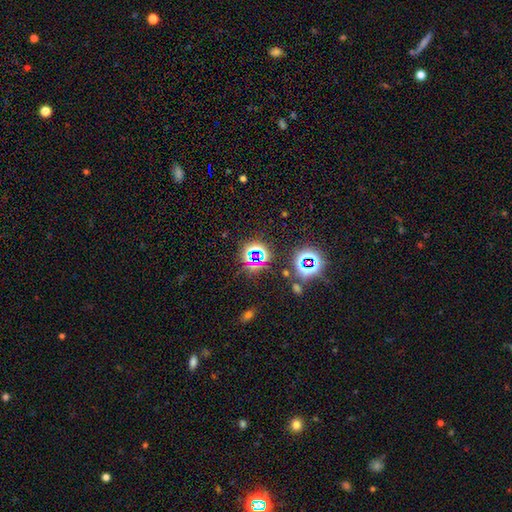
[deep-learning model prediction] Smooth or featured? star or artifact (76%)